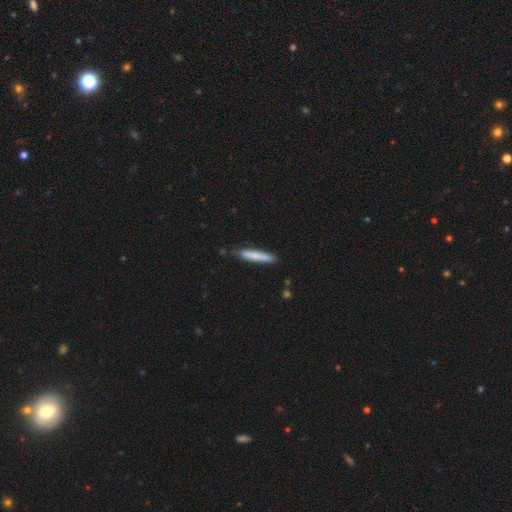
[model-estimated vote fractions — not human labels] The model was most divided on "smooth or featured": smooth: 77%, featured or disk: 17%, star or artifact: 5%. More confident: how rounded — cigar-shaped (93%); merging — none (80%).